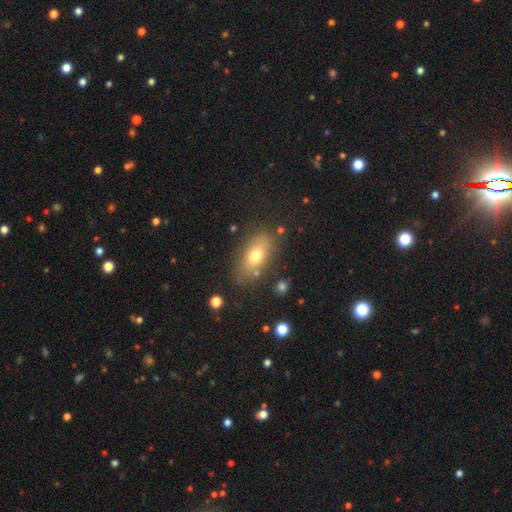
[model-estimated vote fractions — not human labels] Smooth or featured? smooth (70%)
How rounded? in between (83%)
Merging? none (77%)